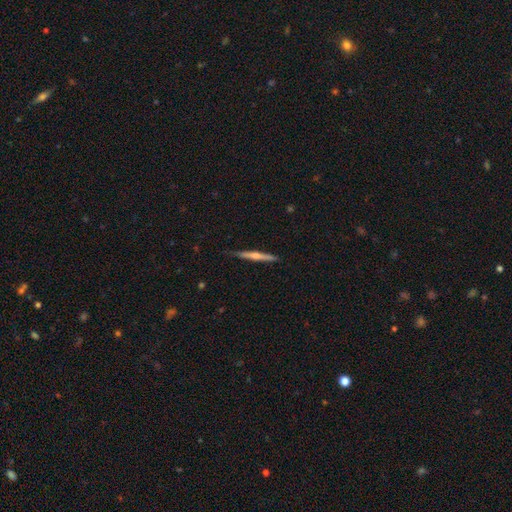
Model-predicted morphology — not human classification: smooth_or_featured: featured or disk (p=0.61) [alt: smooth p=0.33]
disk_edge_on: yes (p=0.97) [alt: no p=0.03]
edge_on_bulge: rounded (p=0.75) [alt: none p=0.21]
merging: none (p=0.84) [alt: minor disturbance p=0.13]